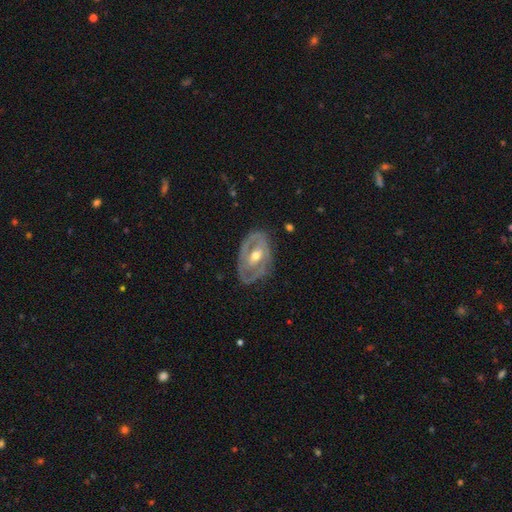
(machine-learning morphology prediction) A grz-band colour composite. It shows a featured or disk galaxy (79%) with a weak bar (38%), spiral arms (67%) and a moderate central bulge (73%). Merging: none (69%).